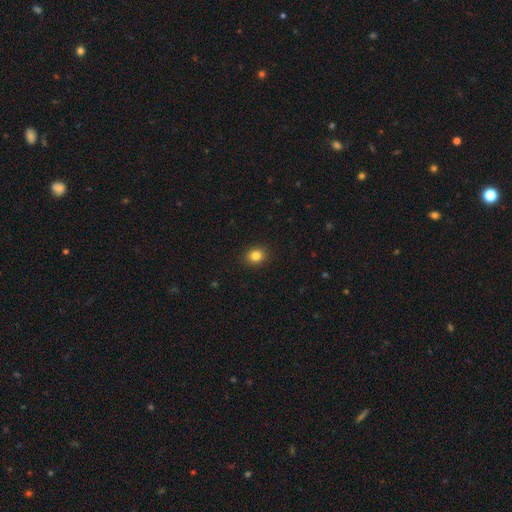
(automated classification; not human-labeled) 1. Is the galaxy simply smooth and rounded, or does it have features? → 83% smooth, 11% star or artifact, 6% featured or disk.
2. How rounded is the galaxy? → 67% round, 33% in between, 1% cigar-shaped.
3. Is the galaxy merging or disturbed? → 91% none, 6% minor disturbance, 2% major disturbance, 1% merger.